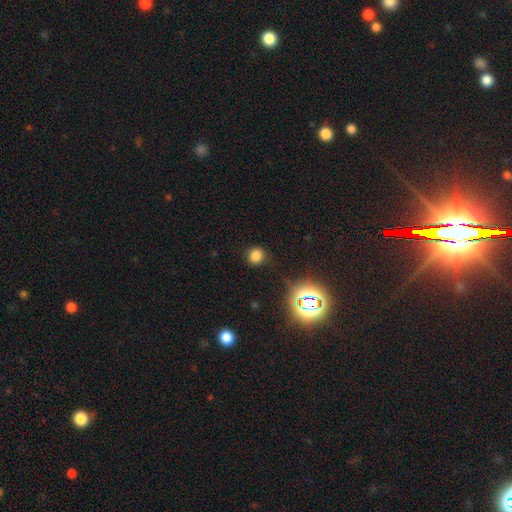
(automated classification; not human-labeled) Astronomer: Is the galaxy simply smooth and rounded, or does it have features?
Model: smooth — 75%.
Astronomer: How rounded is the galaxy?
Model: round — 85%.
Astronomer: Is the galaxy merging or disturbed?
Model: none — 86%.